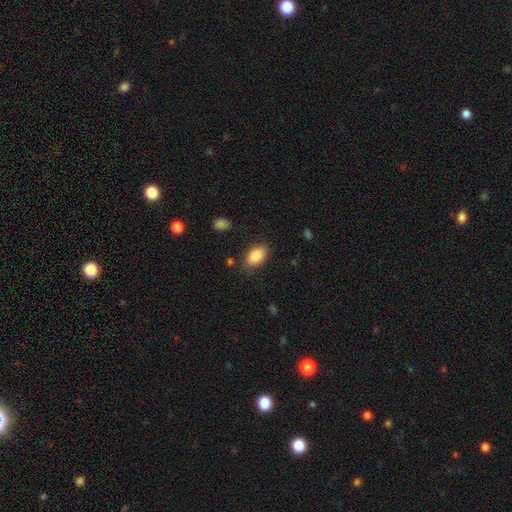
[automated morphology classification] Smooth or featured?
  - smooth: 87% *
  - star or artifact: 7%
  - featured or disk: 5%
How rounded?
  - in between: 92% *
  - round: 6%
  - cigar-shaped: 2%
Merging?
  - none: 81% *
  - minor disturbance: 14%
  - major disturbance: 4%
  - merger: 2%